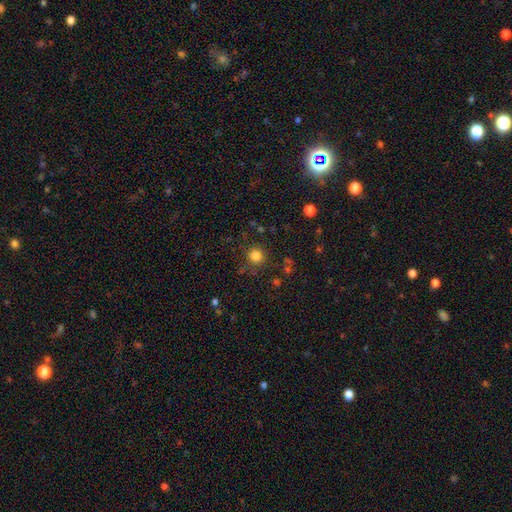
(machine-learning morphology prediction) Overall: smooth (82%). How rounded: round (93%). Merging: none (84%).